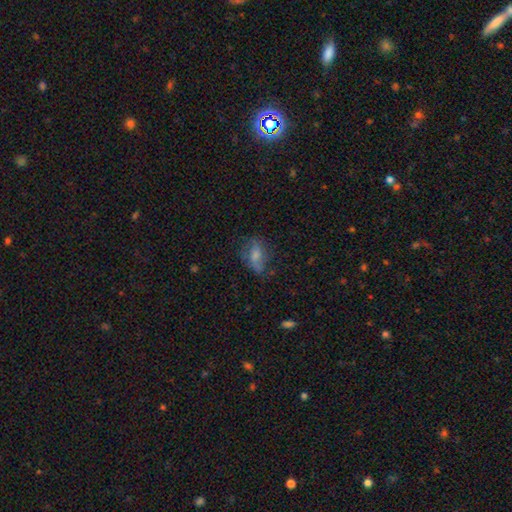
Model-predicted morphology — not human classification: Smooth or featured? Predicted: smooth (p=0.55). How rounded? Predicted: in between (p=0.83). Merging? Predicted: none (p=0.52).